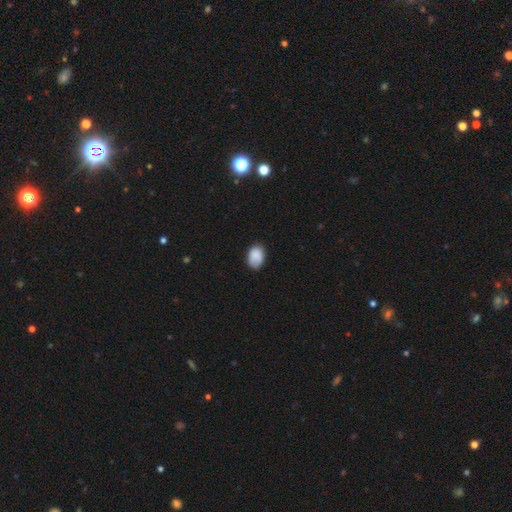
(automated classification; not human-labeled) Q: Smooth or featured?
A: smooth (86%); runner-up: star or artifact (8%)
Q: How rounded?
A: in between (80%); runner-up: round (19%)
Q: Merging?
A: none (74%); runner-up: minor disturbance (21%)